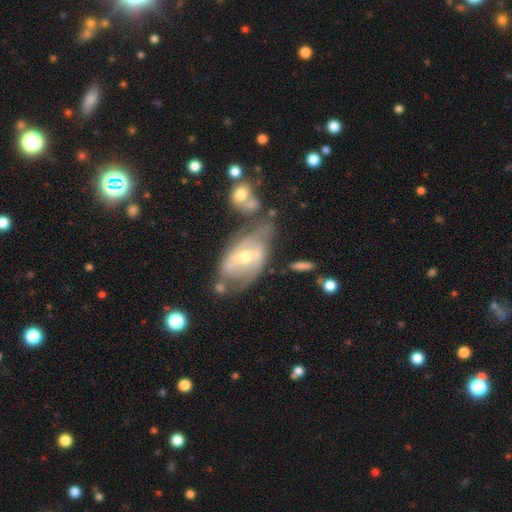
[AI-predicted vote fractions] Smooth or featured?
  - featured or disk: 71% *
  - star or artifact: 15%
  - smooth: 14%
Edge-on disk?
  - no: 91% *
  - yes: 9%
Bar?
  - no: 47% *
  - weak: 37%
  - strong: 16%
Spiral arms?
  - yes: 79% *
  - no: 21%
Spiral winding?
  - tight: 53% *
  - medium: 32%
  - loose: 14%
Spiral arm count?
  - can't tell: 46% *
  - 2: 31%
  - 3: 9%
  - 1: 5%
  - 4: 4%
  - more than 4: 4%
Bulge size?
  - small: 58% *
  - moderate: 38%
  - large: 2%
  - none: 2%
  - dominant: 1%
Merging?
  - none: 52% *
  - minor disturbance: 20%
  - major disturbance: 15%
  - merger: 13%